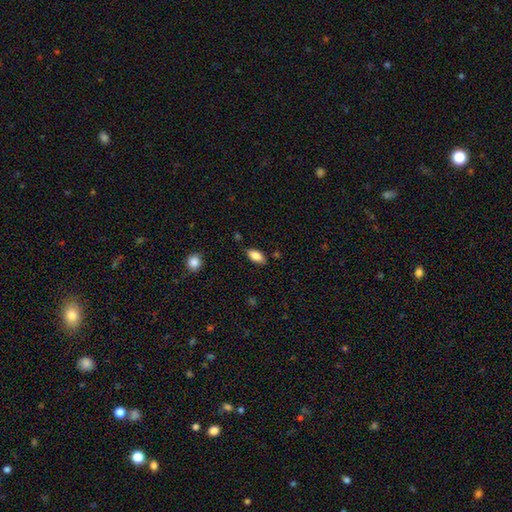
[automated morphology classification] smooth_or_featured: smooth (p=0.83) [alt: featured or disk p=0.09]
how_rounded: in between (p=0.89) [alt: cigar-shaped p=0.07]
merging: none (p=0.83) [alt: minor disturbance p=0.13]